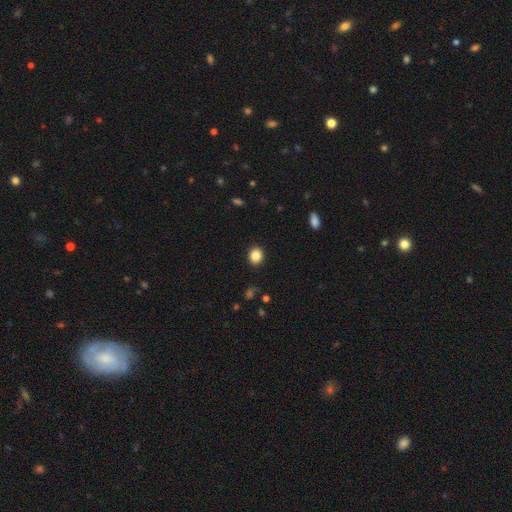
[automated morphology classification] This is clearly a smooth galaxy (85%). How rounded: likely round (69%). Merging: clearly none (90%).